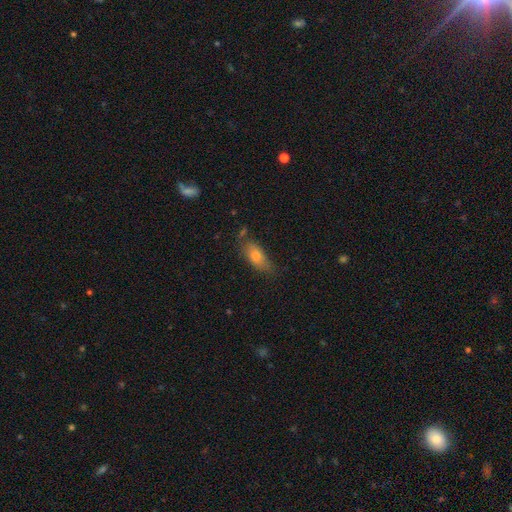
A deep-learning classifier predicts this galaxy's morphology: This is likely a smooth galaxy (72%). How rounded: likely in between (73%). Merging: likely none (65%).